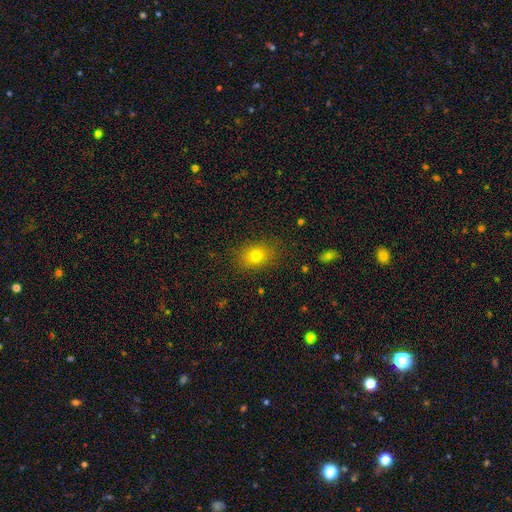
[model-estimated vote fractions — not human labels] Smooth or featured?
  - smooth: 76% *
  - star or artifact: 13%
  - featured or disk: 10%
How rounded?
  - in between: 62% *
  - round: 36%
  - cigar-shaped: 1%
Merging?
  - none: 84% *
  - minor disturbance: 11%
  - major disturbance: 4%
  - merger: 1%